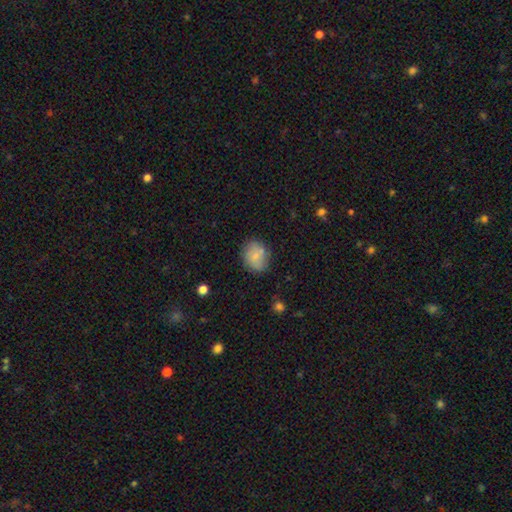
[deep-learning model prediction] Q: Smooth or featured?
A: smooth (67%); runner-up: featured or disk (24%)
Q: How rounded?
A: round (53%); runner-up: in between (46%)
Q: Merging?
A: none (69%); runner-up: minor disturbance (19%)